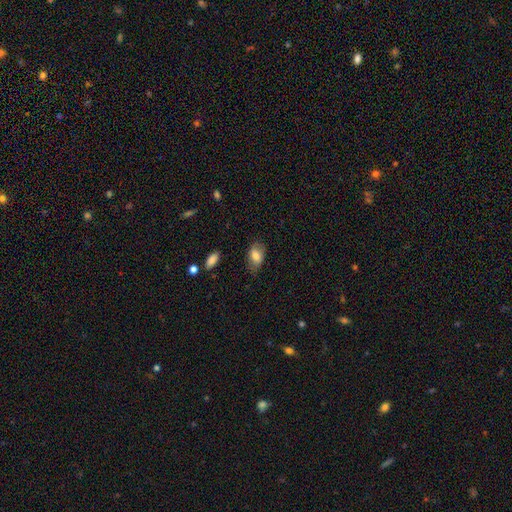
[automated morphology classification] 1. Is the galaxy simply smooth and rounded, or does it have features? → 78% smooth, 15% featured or disk, 8% star or artifact.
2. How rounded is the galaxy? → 89% in between, 8% round, 2% cigar-shaped.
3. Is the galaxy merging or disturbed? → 69% none, 23% minor disturbance, 7% major disturbance, 2% merger.